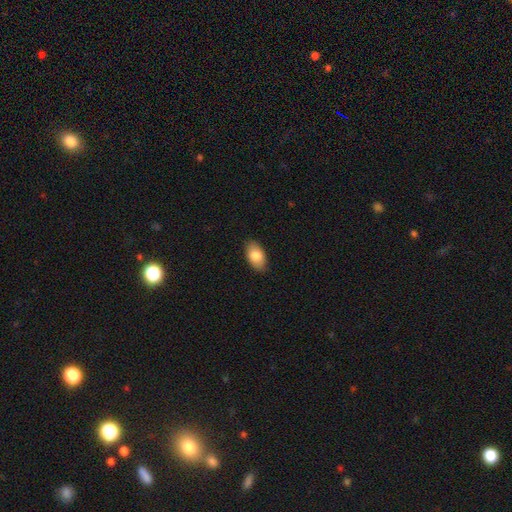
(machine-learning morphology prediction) This appears to be a smooth galaxy with no disk features (83%) that is in between round and cigar-shaped (93%). Merging: none (87%).